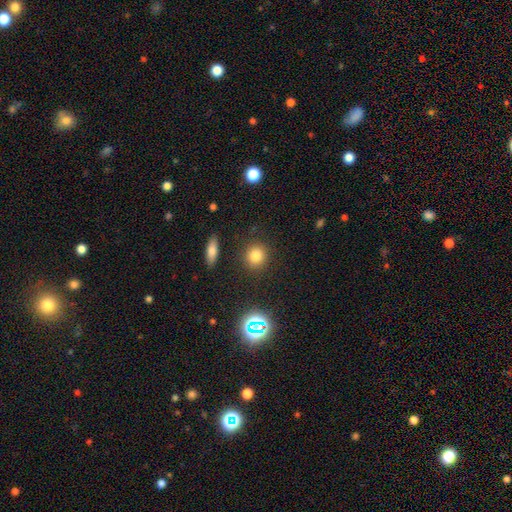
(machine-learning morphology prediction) A smooth galaxy with no disk features (79%) that is round (87%). Merging: none (88%).